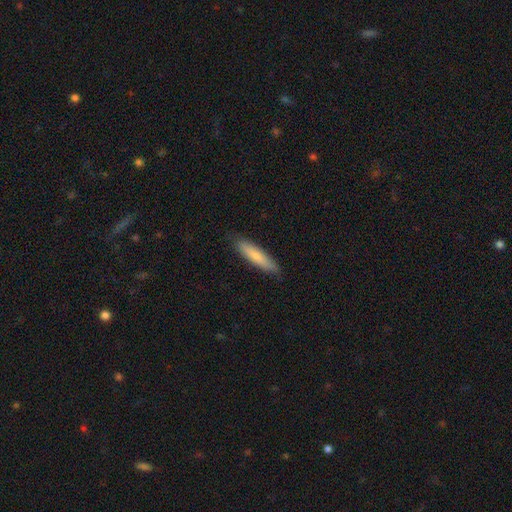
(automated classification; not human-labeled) This is likely a smooth galaxy (80%). How rounded: clearly cigar-shaped (85%). Merging: clearly none (86%).